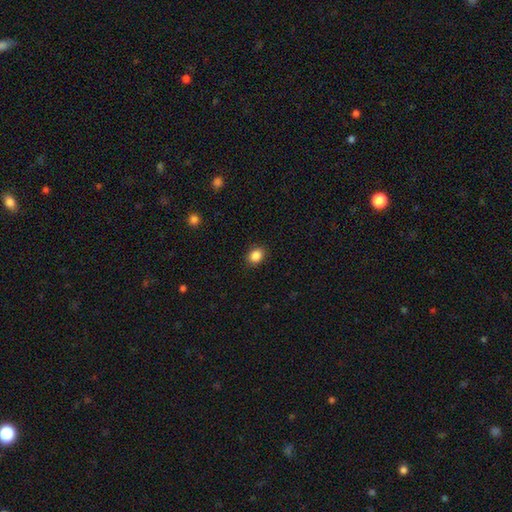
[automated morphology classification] Smooth or featured? Predicted: smooth (p=0.86). How rounded? Predicted: round (p=0.52). Merging? Predicted: none (p=0.89).